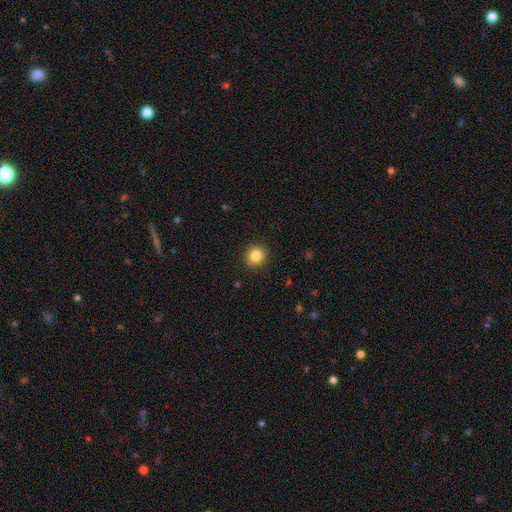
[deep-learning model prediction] A smooth galaxy with no disk features (84%) that is round (88%).

Vote fractions:
- Smooth or featured? smooth: 84% / star or artifact: 10% / featured or disk: 6%
- How rounded? round: 88% / in between: 11% / cigar-shaped: 1%
- Merging? none: 91% / minor disturbance: 6% / major disturbance: 2% / merger: 1%